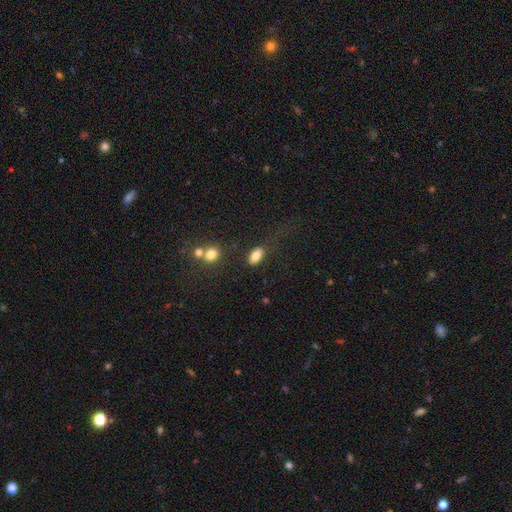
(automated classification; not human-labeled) Smooth or featured?
  - smooth: 84% *
  - star or artifact: 9%
  - featured or disk: 8%
How rounded?
  - in between: 90% *
  - round: 6%
  - cigar-shaped: 4%
Merging?
  - none: 74% *
  - minor disturbance: 13%
  - major disturbance: 7%
  - merger: 6%